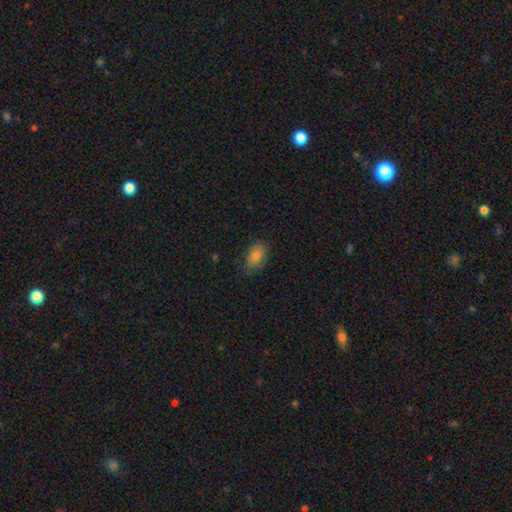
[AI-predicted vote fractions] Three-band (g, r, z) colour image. It shows a smooth galaxy with no disk features (77%) that is in between round and cigar-shaped (87%). Merging: none (73%).